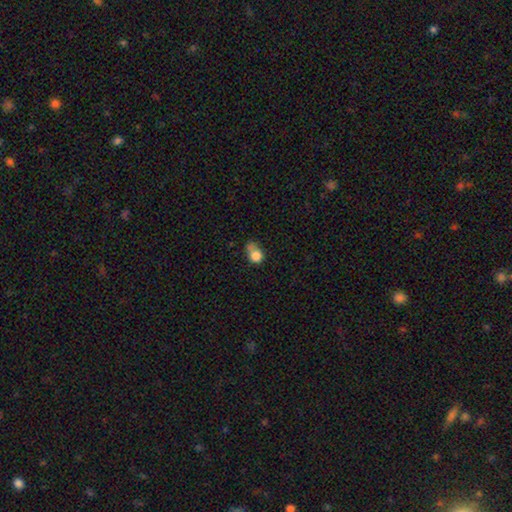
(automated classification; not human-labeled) This appears to be a smooth galaxy with no disk features (79%) that is round (57%). Merging: none (30%).